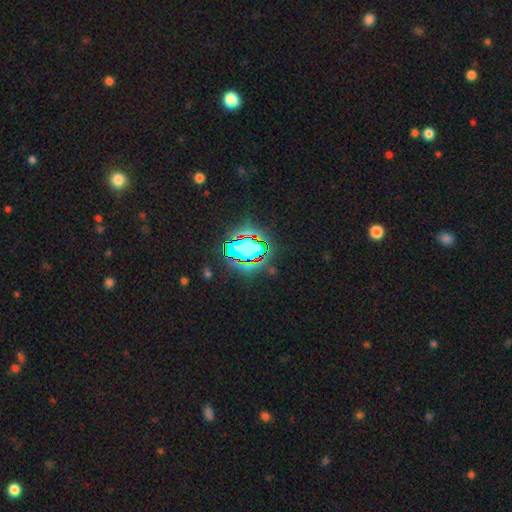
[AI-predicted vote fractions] Q: Smooth or featured?
A: star or artifact (77%); runner-up: smooth (13%)